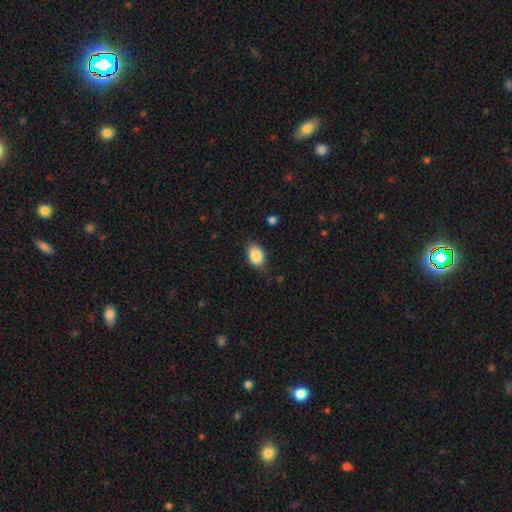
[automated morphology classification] This appears to be a smooth galaxy with no disk features (87%) that is in between round and cigar-shaped (81%). Merging: none (78%).